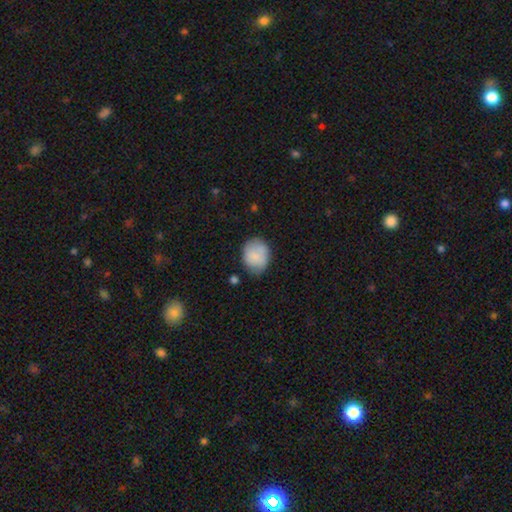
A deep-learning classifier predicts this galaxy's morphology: Smooth or featured? Predicted: smooth (p=0.81). How rounded? Predicted: round (p=0.53). Merging? Predicted: none (p=0.65).